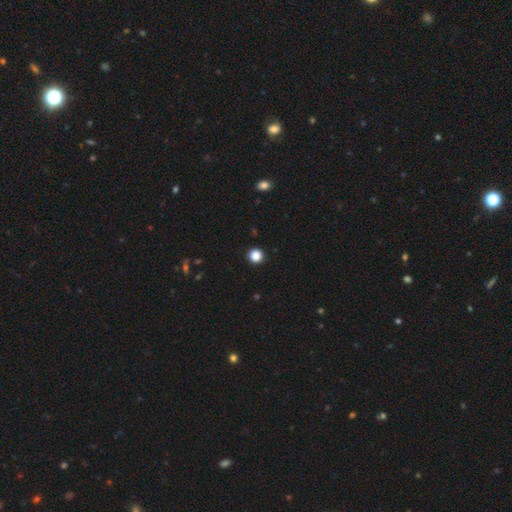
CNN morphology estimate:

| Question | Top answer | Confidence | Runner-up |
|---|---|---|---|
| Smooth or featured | smooth | 86% | star or artifact (11%) |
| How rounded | round | 95% | in between (4%) |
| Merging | none | 94% | minor disturbance (4%) |